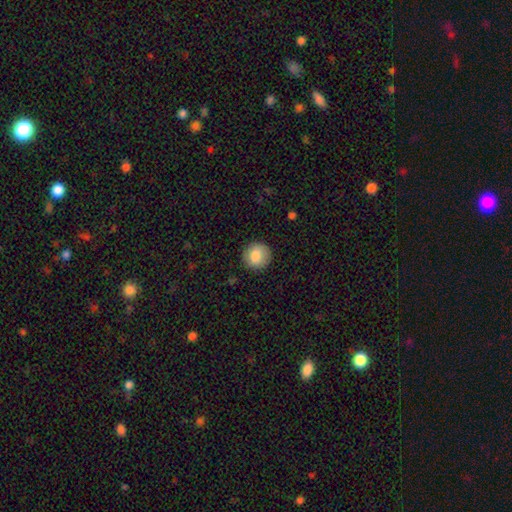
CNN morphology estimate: Q: Smooth or featured?
A: smooth (83%); runner-up: featured or disk (10%)
Q: How rounded?
A: round (91%); runner-up: in between (8%)
Q: Merging?
A: none (89%); runner-up: minor disturbance (8%)